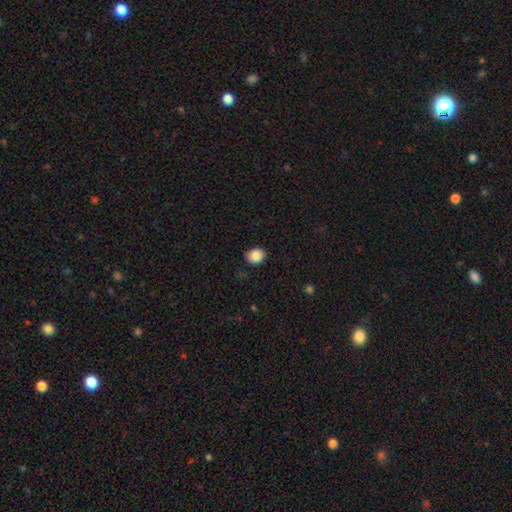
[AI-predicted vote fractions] Q: Smooth or featured?
A: smooth (87%); runner-up: star or artifact (9%)
Q: How rounded?
A: round (64%); runner-up: in between (35%)
Q: Merging?
A: none (87%); runner-up: minor disturbance (10%)